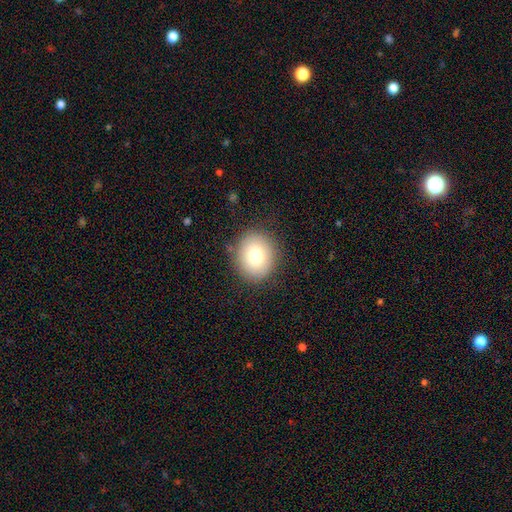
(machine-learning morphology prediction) A smooth galaxy with no disk features (79%) that is round (70%). Merging: none (86%).